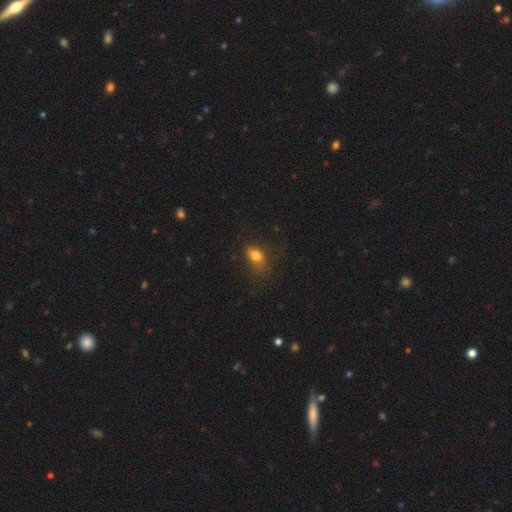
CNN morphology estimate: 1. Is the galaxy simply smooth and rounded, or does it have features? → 77% smooth, 12% star or artifact, 11% featured or disk.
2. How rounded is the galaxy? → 75% in between, 22% round, 3% cigar-shaped.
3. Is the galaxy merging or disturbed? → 55% none, 27% minor disturbance, 16% major disturbance, 2% merger.